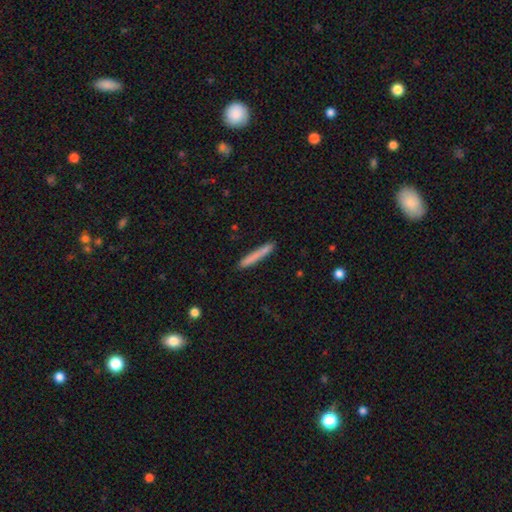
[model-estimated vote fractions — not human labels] Overall: smooth (77%). How rounded: cigar-shaped (96%). Merging: none (89%).